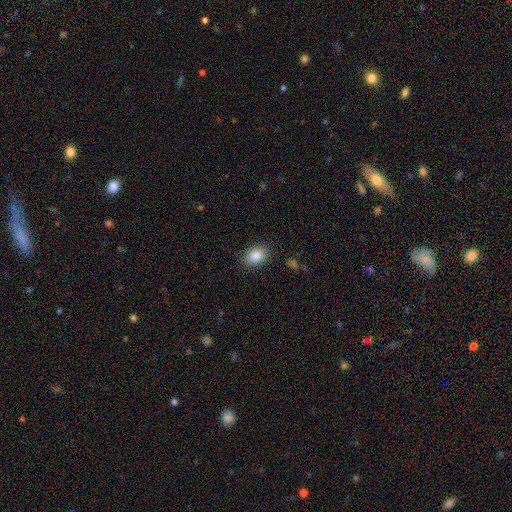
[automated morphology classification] Smooth or featured?
  - smooth: 87% *
  - star or artifact: 8%
  - featured or disk: 5%
How rounded?
  - in between: 77% *
  - round: 22%
  - cigar-shaped: 1%
Merging?
  - none: 86% *
  - minor disturbance: 10%
  - major disturbance: 3%
  - merger: 1%